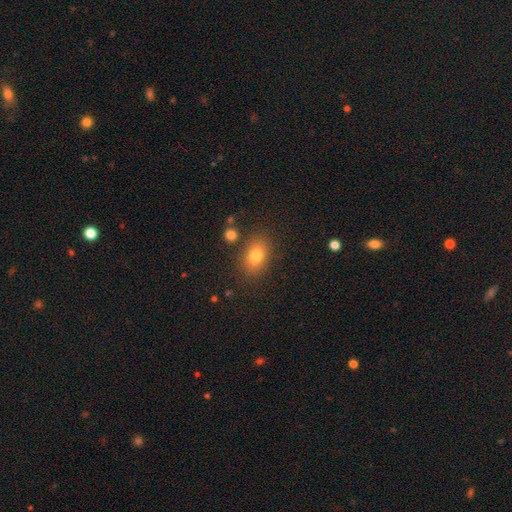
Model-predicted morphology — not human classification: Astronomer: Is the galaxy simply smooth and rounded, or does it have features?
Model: smooth — 79%.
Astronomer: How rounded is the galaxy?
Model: in between — 76%.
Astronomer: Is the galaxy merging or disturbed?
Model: none — 81%.